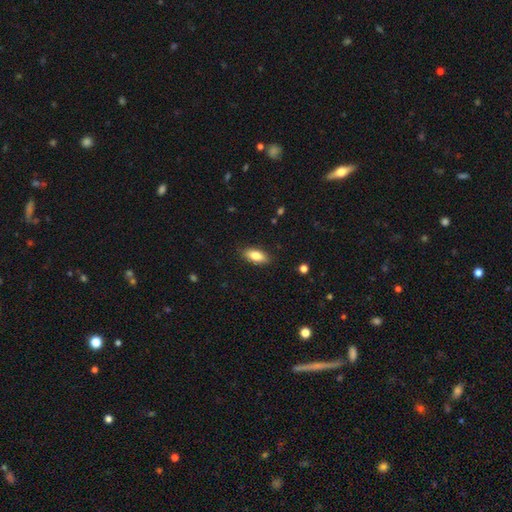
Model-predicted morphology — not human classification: type=smooth (83%); roundness=in between (84%); merging=none (87%).